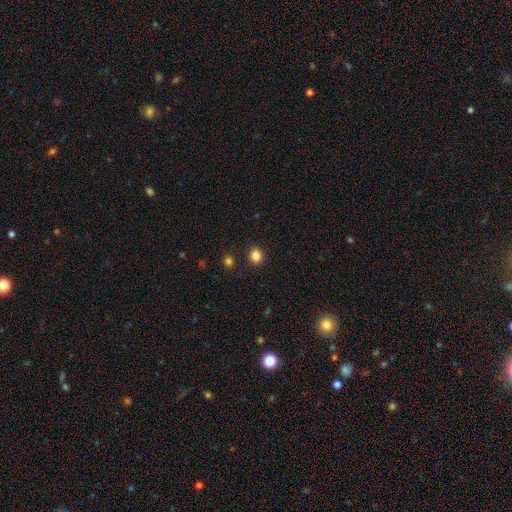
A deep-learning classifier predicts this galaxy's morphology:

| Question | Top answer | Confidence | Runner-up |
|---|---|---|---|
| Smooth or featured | smooth | 84% | star or artifact (12%) |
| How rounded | round | 76% | in between (23%) |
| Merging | none | 90% | minor disturbance (6%) |